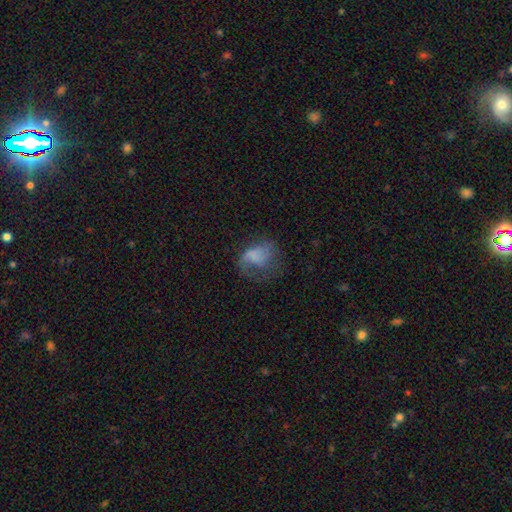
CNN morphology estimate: Smooth or featured?
  - featured or disk: 45% *
  - smooth: 43%
  - star or artifact: 12%
Merging?
  - major disturbance: 43% *
  - none: 33%
  - minor disturbance: 21%
  - merger: 3%